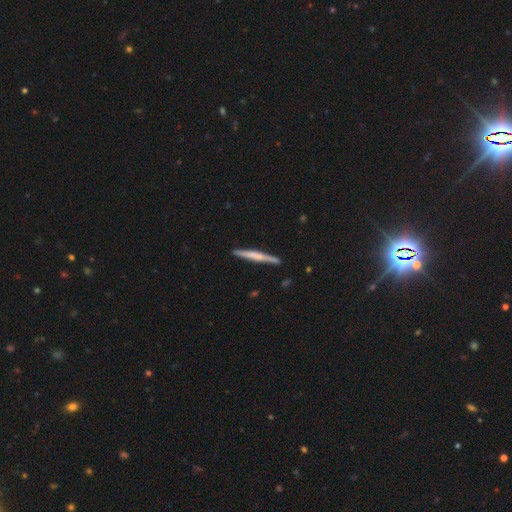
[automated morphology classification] Smooth or featured? featured or disk (50%)
Edge-on disk? yes (97%)
Merging? none (89%)